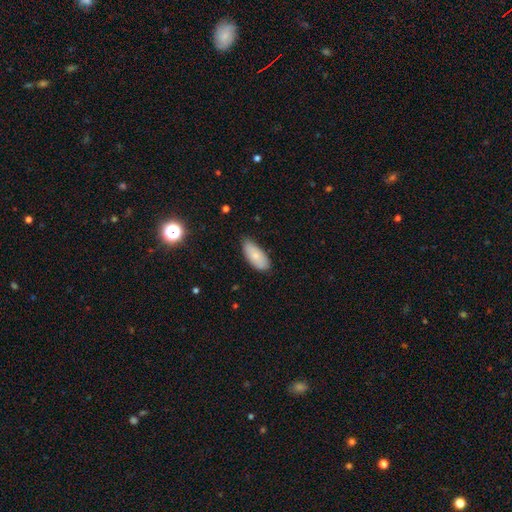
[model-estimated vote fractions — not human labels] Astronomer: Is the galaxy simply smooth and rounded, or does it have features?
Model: smooth — 77%.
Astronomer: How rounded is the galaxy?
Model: in between — 90%.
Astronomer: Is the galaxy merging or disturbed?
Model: none — 72%.